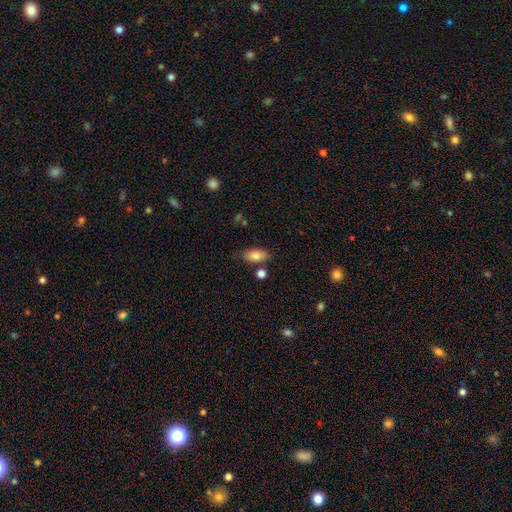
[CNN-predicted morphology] Q: Smooth or featured?
A: smooth (82%); runner-up: featured or disk (11%)
Q: How rounded?
A: in between (91%); runner-up: round (5%)
Q: Merging?
A: none (76%); runner-up: minor disturbance (14%)